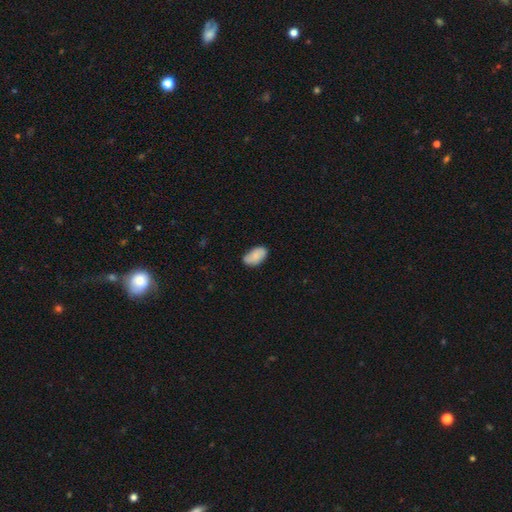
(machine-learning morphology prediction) Smooth or featured? Predicted: smooth (p=0.80). How rounded? Predicted: in between (p=0.94). Merging? Predicted: none (p=0.75).